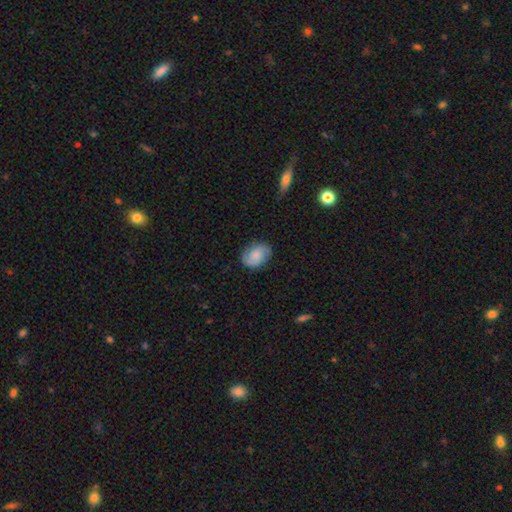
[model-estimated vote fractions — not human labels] Morphology: type=featured or disk (48%); merging=none (79%).